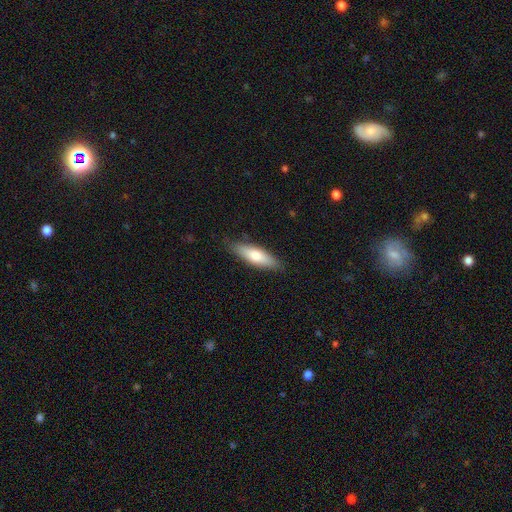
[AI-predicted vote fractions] A smooth galaxy with no disk features (68%) that is cigar-shaped (58%). Merging: none (85%).